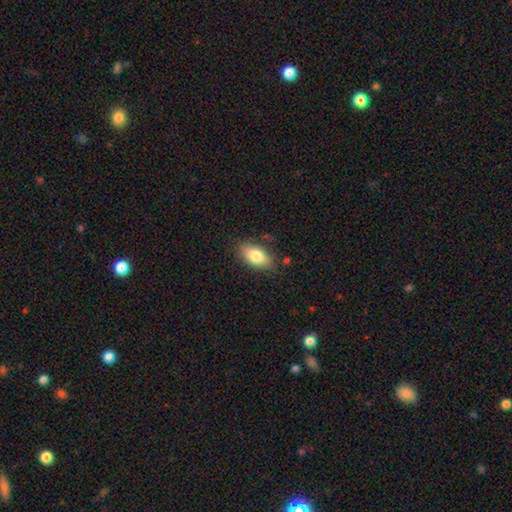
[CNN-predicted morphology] A smooth galaxy with no disk features (82%) that is in between round and cigar-shaped (91%). Merging: none (80%).